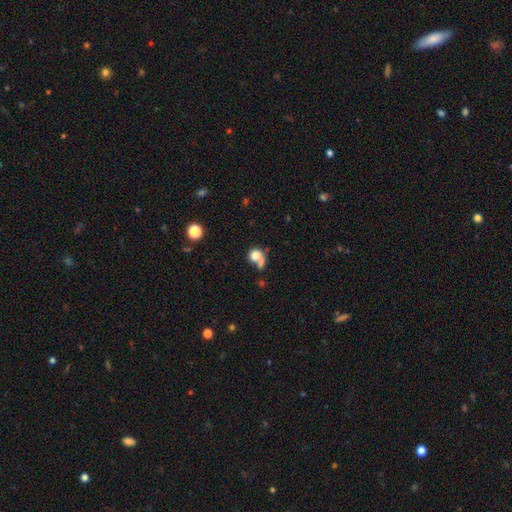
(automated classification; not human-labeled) A smooth galaxy with no disk features (75%) that is round (72%). Merging: merger (40%).